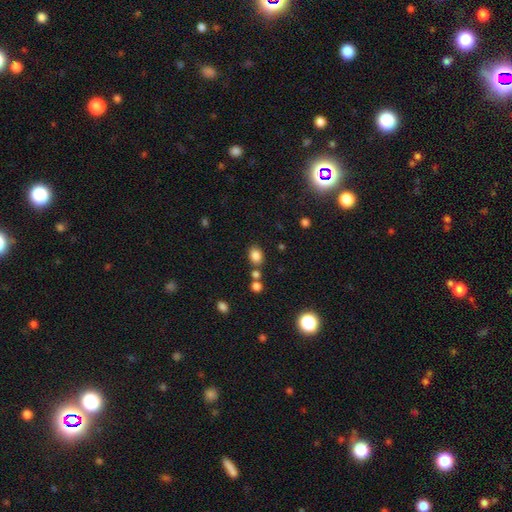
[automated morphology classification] smooth_or_featured: smooth (p=0.83) [alt: star or artifact p=0.12]
how_rounded: in between (p=0.57) [alt: round p=0.42]
merging: none (p=0.71) [alt: merger p=0.14]